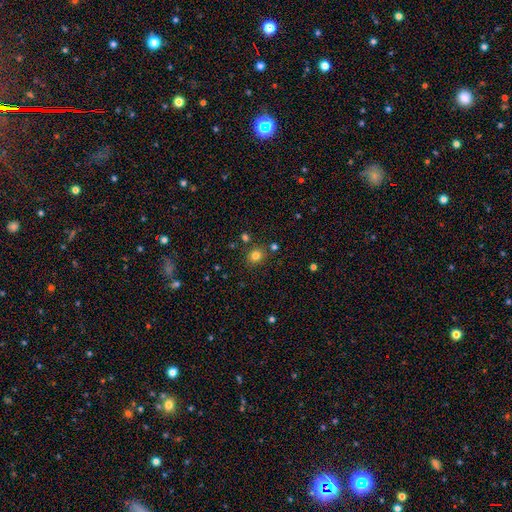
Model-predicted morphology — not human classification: Q: Smooth or featured?
A: smooth (79%); runner-up: star or artifact (15%)
Q: How rounded?
A: round (83%); runner-up: in between (16%)
Q: Merging?
A: none (83%); runner-up: minor disturbance (8%)